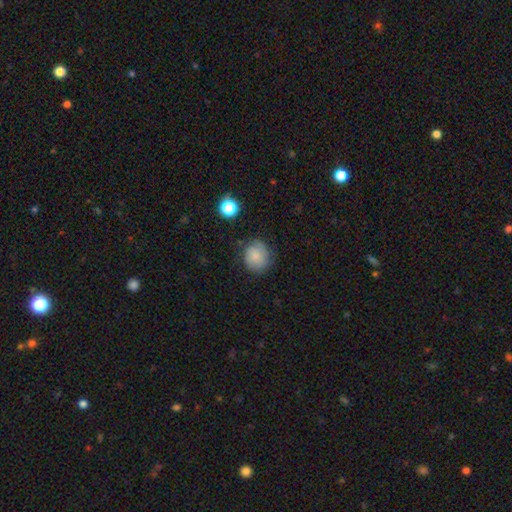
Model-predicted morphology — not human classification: Smooth or featured? Predicted: smooth (p=0.73). How rounded? Predicted: round (p=0.84). Merging? Predicted: none (p=0.68).